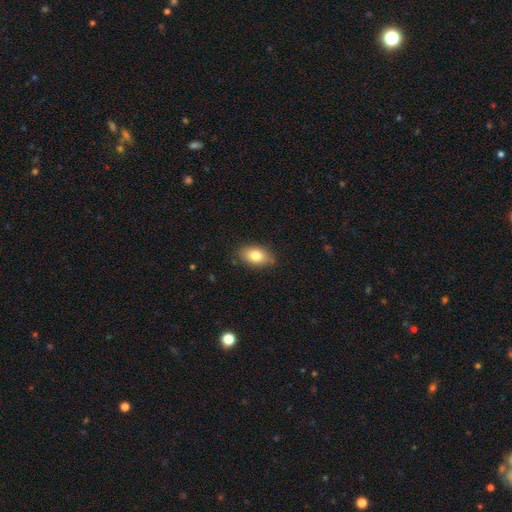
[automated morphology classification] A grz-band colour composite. It shows a smooth galaxy with no disk features (80%) that is in between round and cigar-shaped (88%). Merging: none (84%).